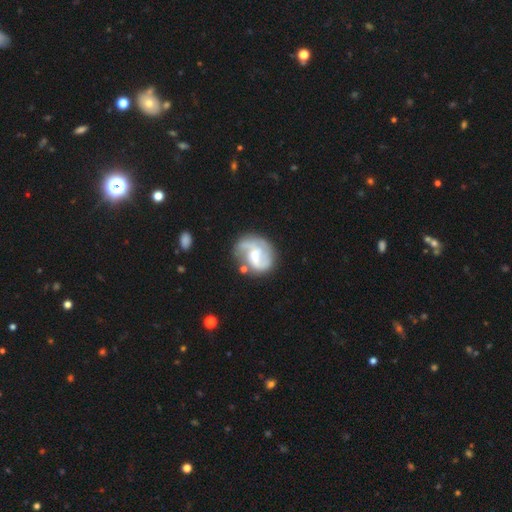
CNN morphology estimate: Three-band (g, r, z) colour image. It shows a featured or disk galaxy (76%) with a weak bar (50%), 2 (70%) medium (45%) spiral arms (90%) and a moderate central bulge (46%). Merging: none (58%).